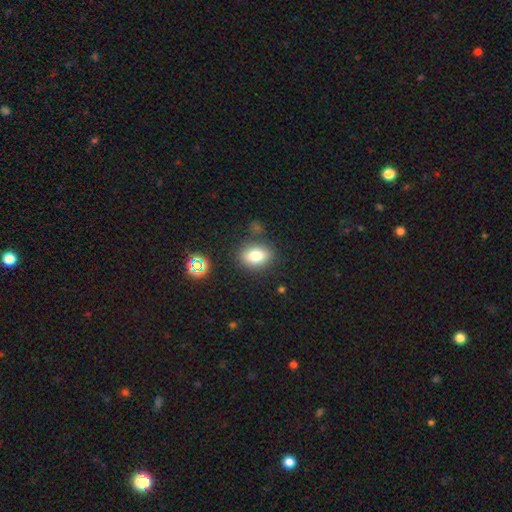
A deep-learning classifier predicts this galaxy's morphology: Smooth or featured?
  - smooth: 78% *
  - star or artifact: 12%
  - featured or disk: 10%
How rounded?
  - in between: 69% *
  - round: 30%
  - cigar-shaped: 1%
Merging?
  - none: 80% *
  - minor disturbance: 11%
  - merger: 5%
  - major disturbance: 4%